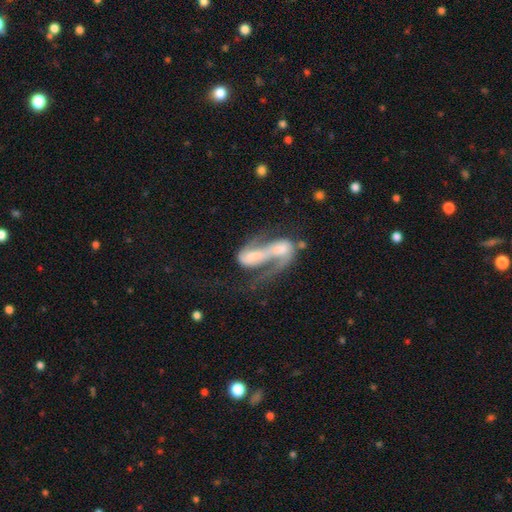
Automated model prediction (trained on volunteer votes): Morphology: type=featured or disk (64%); edge-on=no (94%); bar=no (46%); spiral arms=yes (69%); bulge=moderate (30%); merging=merger (55%).